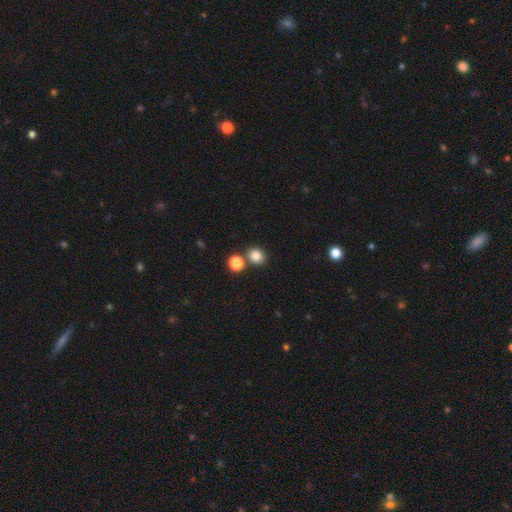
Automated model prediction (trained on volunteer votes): This is clearly a smooth galaxy (83%). How rounded: likely round (74%). Merging: likely none (72%).